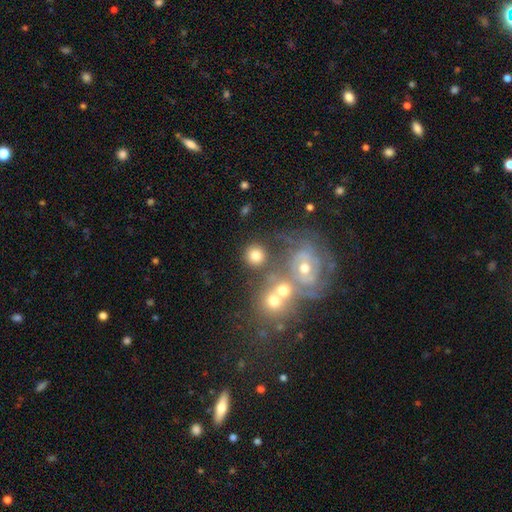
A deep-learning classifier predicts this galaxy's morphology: smooth 73%, featured or disk 16%, star or artifact 11%. Down the decision tree: how rounded — round (88%); merging — none (67%).